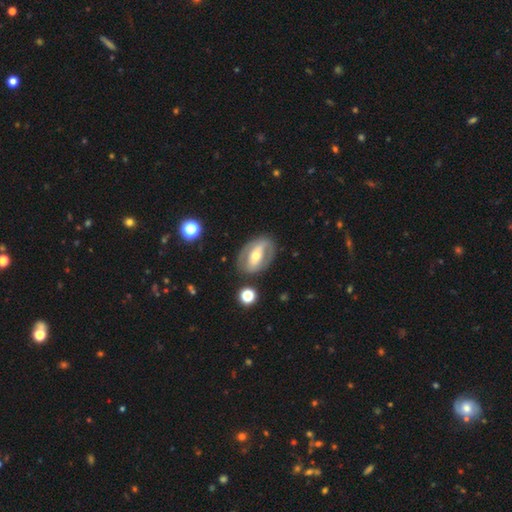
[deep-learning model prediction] The model was most divided on "spiral arms": no: 58%, yes: 42%. More confident: edge-on disk — no (90%); merging — none (78%); smooth or featured — featured or disk (68%); bulge size — moderate (63%); bar — strong (51%).